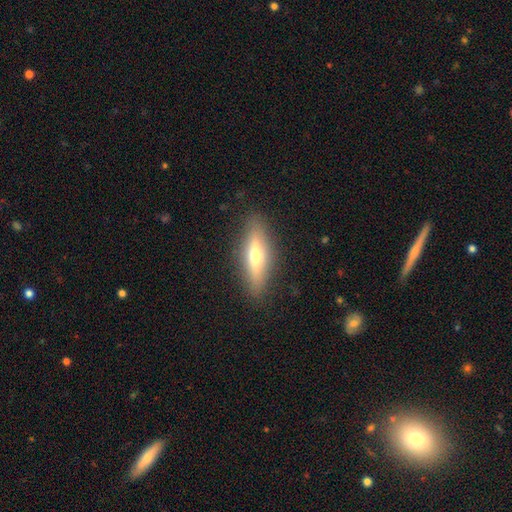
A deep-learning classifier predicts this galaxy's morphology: Smooth or featured? Predicted: featured or disk (p=0.48). Merging? Predicted: none (p=0.87).